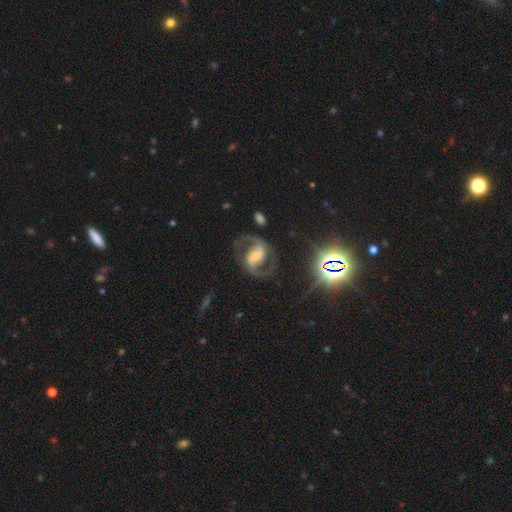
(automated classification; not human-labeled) Overall: featured or disk (87%). Edge-on disk: no (98%). Bar: strong (41%; weak 39%). Spiral arms: yes (97%). Spiral arm count: 2 (94%). Spiral winding: medium (62%). Bulge size: moderate (53%; small 36%). Merging: none (79%).